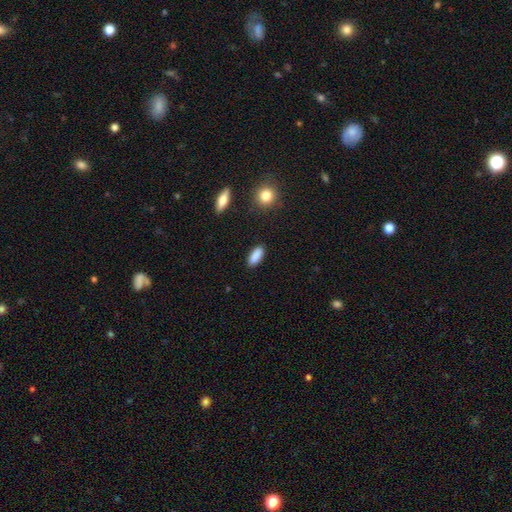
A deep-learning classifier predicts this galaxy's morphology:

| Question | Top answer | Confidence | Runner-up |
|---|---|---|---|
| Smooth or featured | smooth | 88% | star or artifact (7%) |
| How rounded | in between | 75% | cigar-shaped (22%) |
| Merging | none | 88% | minor disturbance (9%) |